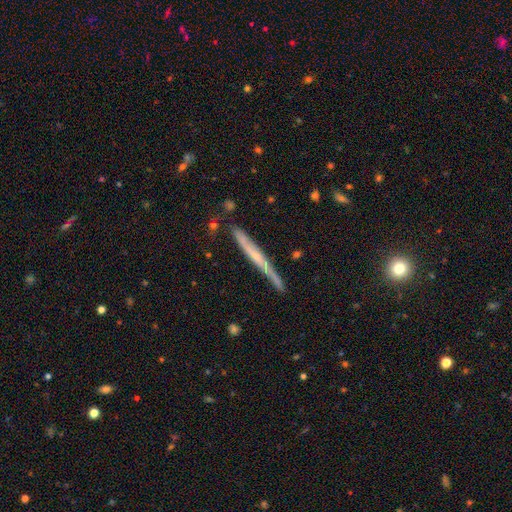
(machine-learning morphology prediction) featured or disk 66%, smooth 27%, star or artifact 7%. Down the decision tree: edge-on disk — yes (95%); edge-on bulge — none (50%); merging — none (80%).